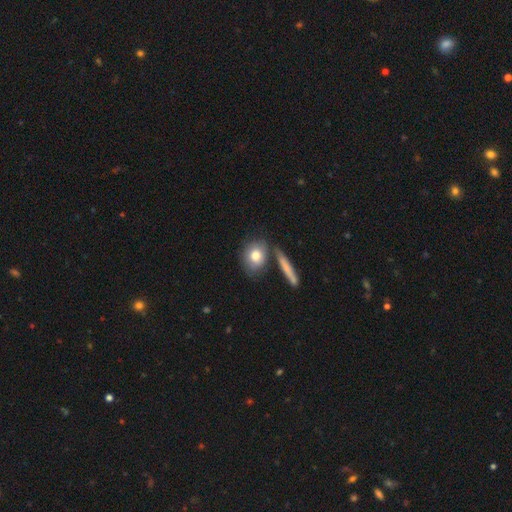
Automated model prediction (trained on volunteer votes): Smooth or featured?
  - smooth: 78% *
  - featured or disk: 15%
  - star or artifact: 7%
How rounded?
  - round: 56% *
  - in between: 38%
  - cigar-shaped: 6%
Merging?
  - none: 67% *
  - merger: 14%
  - minor disturbance: 14%
  - major disturbance: 5%